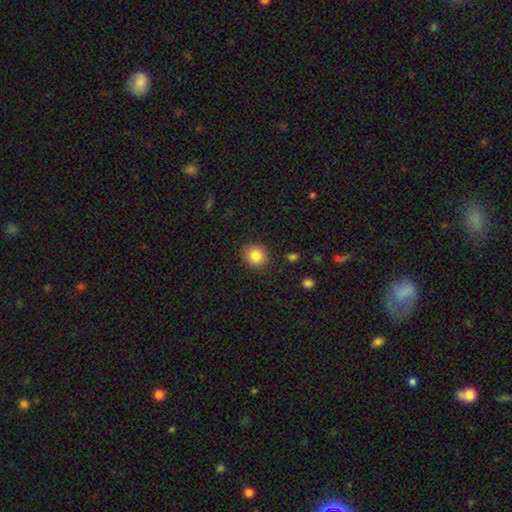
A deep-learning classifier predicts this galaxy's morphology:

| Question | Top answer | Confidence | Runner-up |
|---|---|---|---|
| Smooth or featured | smooth | 85% | star or artifact (10%) |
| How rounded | round | 81% | in between (18%) |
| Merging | none | 87% | minor disturbance (9%) |